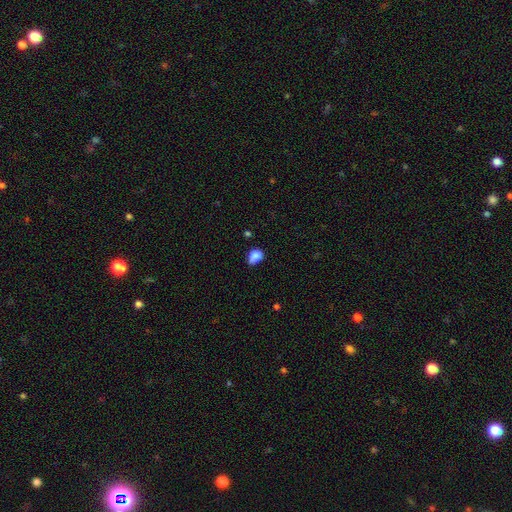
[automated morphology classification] Smooth or featured? Predicted: smooth (p=0.82). How rounded? Predicted: in between (p=0.59). Merging? Predicted: minor disturbance (p=0.42).